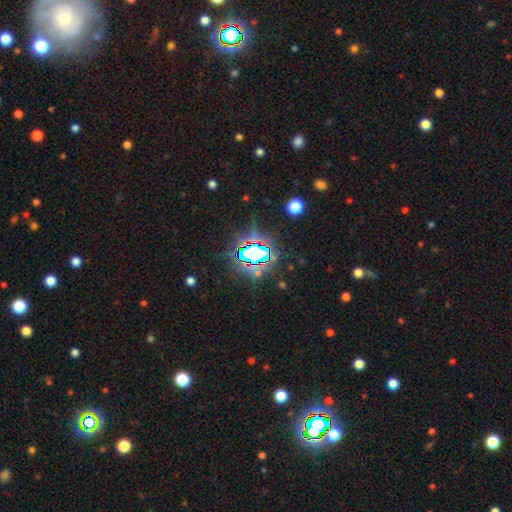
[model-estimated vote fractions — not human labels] smooth-or-featured: star or artifact: 73% | smooth: 16% | featured or disk: 11%